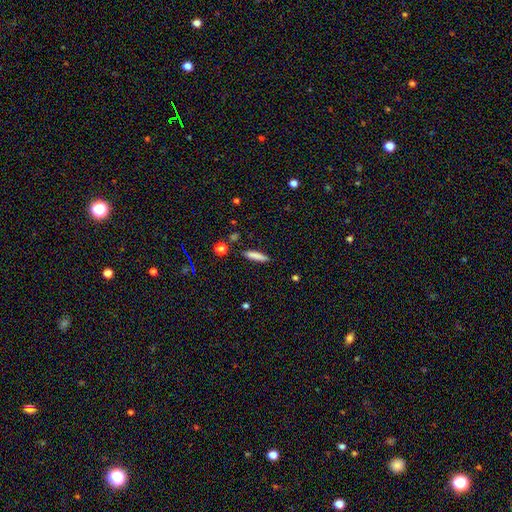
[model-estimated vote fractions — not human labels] This appears to be a smooth galaxy with no disk features (81%) that is cigar-shaped (86%). Merging: none (87%).